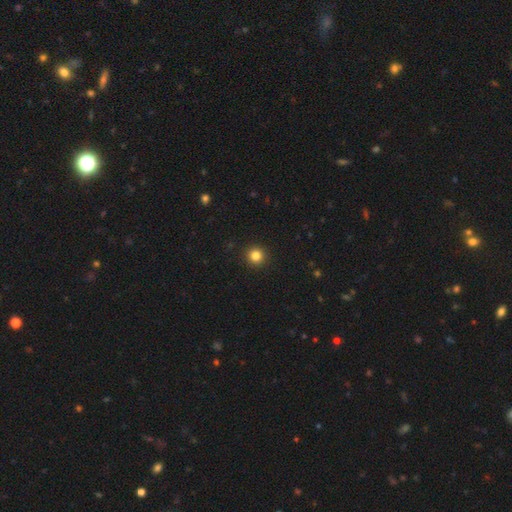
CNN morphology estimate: smooth 83%, star or artifact 13%, featured or disk 5%. Down the decision tree: how rounded — round (95%); merging — none (93%).